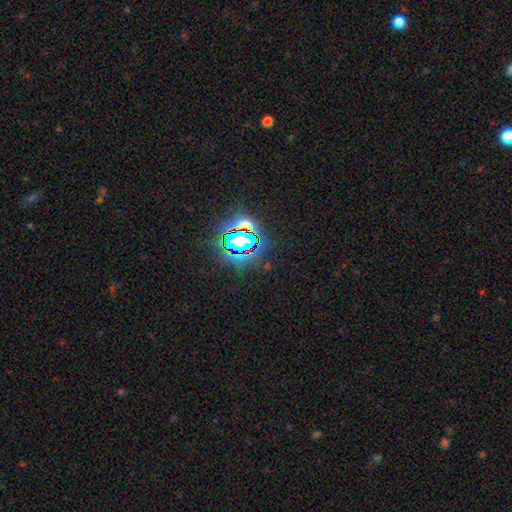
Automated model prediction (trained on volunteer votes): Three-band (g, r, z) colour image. It shows a star or artifact, not a galaxy (81%).